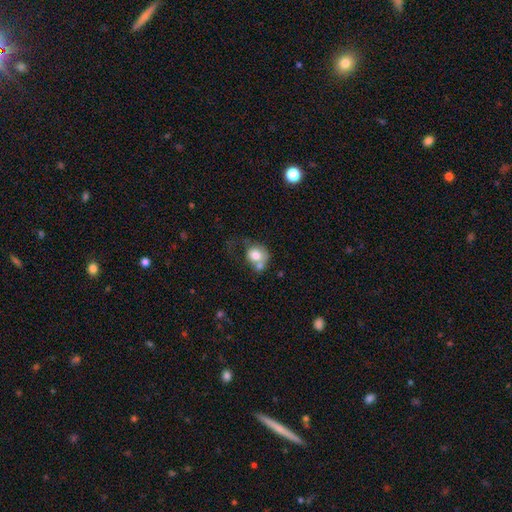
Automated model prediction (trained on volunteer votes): smooth 71%, featured or disk 21%, star or artifact 8%. Down the decision tree: how rounded — round (68%); merging — merger (38%).